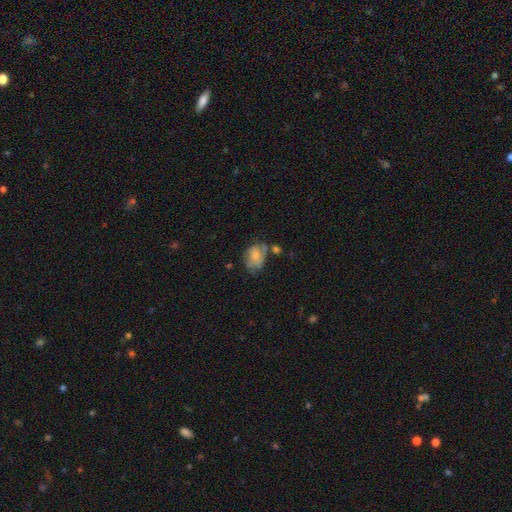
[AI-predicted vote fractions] This is possibly a smooth galaxy (58%). How rounded: likely in between (74%). Merging: marginally none (34%).